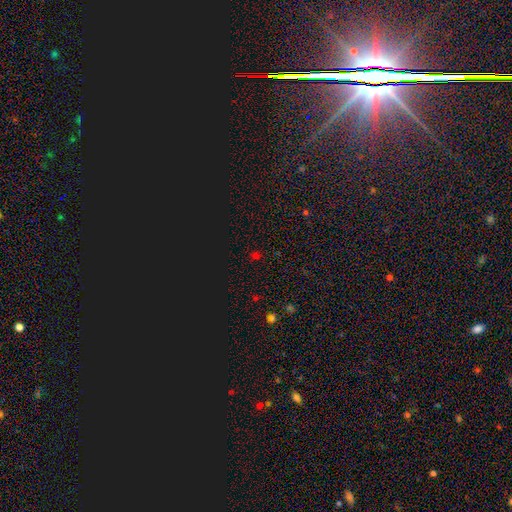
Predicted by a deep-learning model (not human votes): Smooth or featured?
  - star or artifact: 57% *
  - smooth: 37%
  - featured or disk: 6%